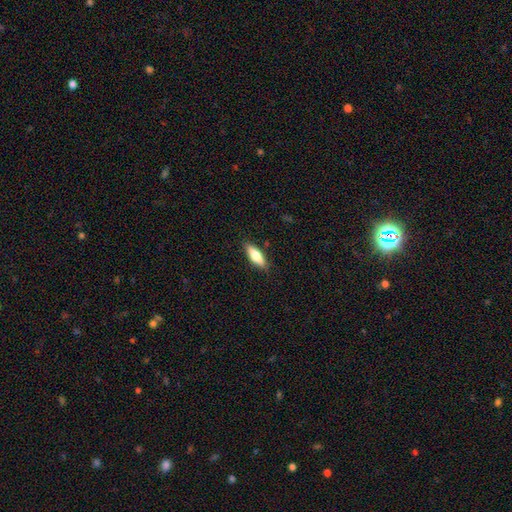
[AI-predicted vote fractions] This appears to be a smooth galaxy with no disk features (70%) that is in between round and cigar-shaped (61%). Merging: none (86%).